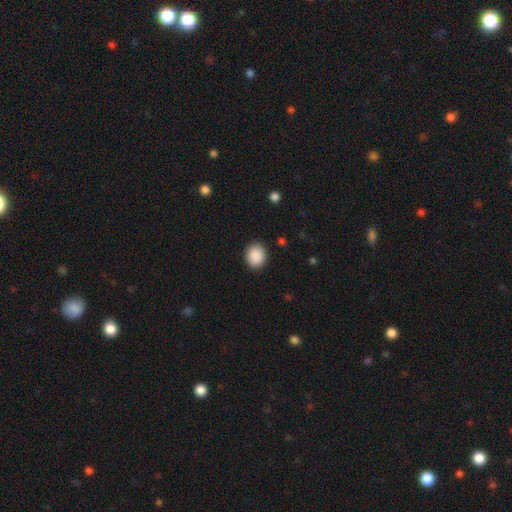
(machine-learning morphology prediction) This is clearly a smooth galaxy (90%). How rounded: likely round (72%). Merging: clearly none (89%).